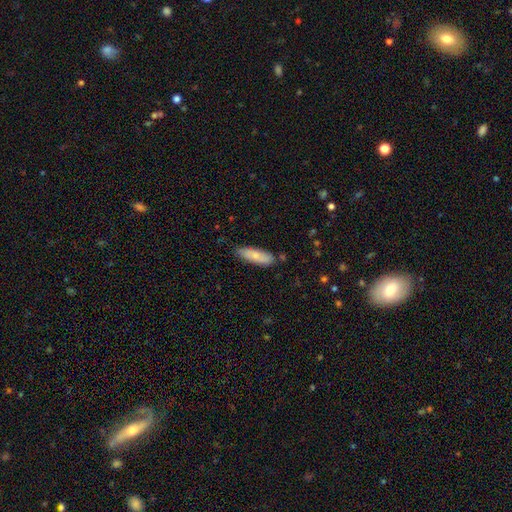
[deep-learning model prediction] This is likely a smooth galaxy (74%). How rounded: possibly in between (55%). Merging: likely none (79%).